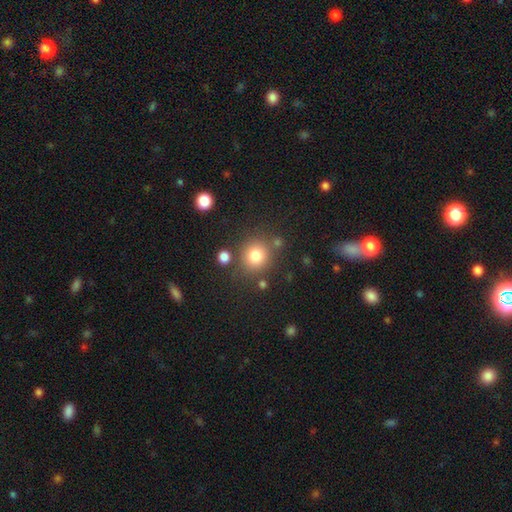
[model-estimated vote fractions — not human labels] smooth_or_featured: smooth (p=0.80) [alt: star or artifact p=0.13]
how_rounded: round (p=0.88) [alt: in between p=0.11]
merging: none (p=0.78) [alt: minor disturbance p=0.10]